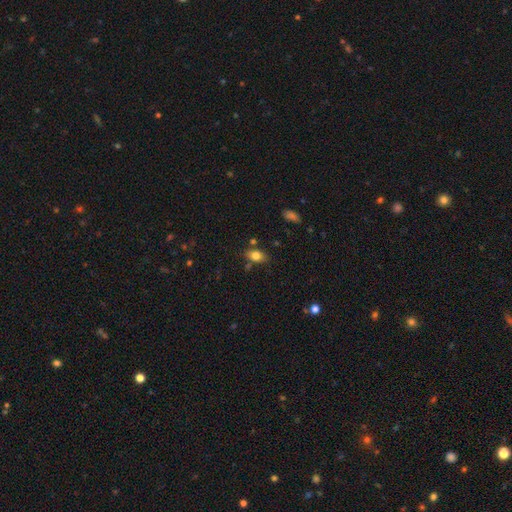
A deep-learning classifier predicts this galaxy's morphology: Q: Smooth or featured?
A: smooth (79%); runner-up: featured or disk (11%)
Q: How rounded?
A: in between (83%); runner-up: round (14%)
Q: Merging?
A: none (71%); runner-up: minor disturbance (17%)